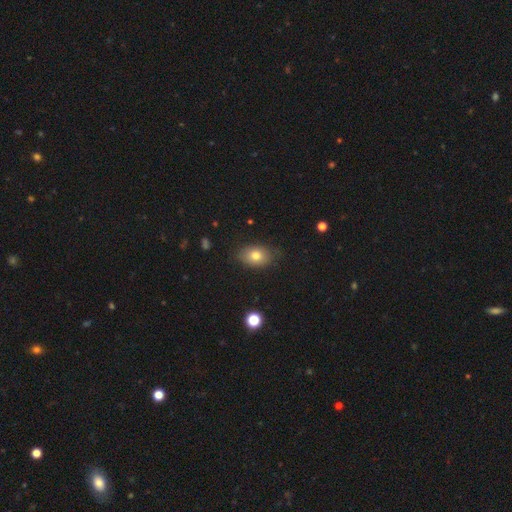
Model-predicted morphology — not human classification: The model was most divided on "how rounded": in between: 78%, round: 21%, cigar-shaped: 1%. More confident: merging — none (79%); smooth or featured — smooth (77%).